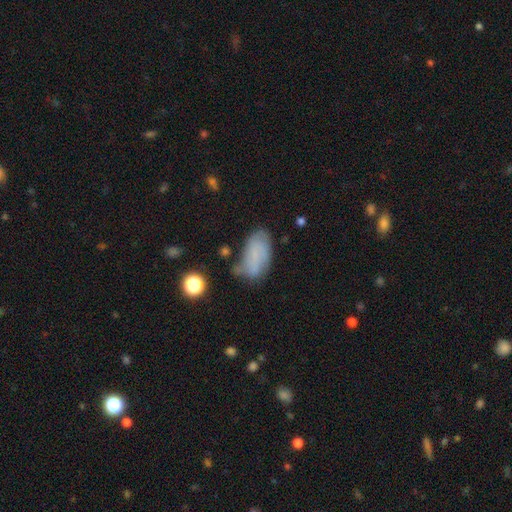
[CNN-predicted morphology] Q: Smooth or featured?
A: smooth (63%); runner-up: featured or disk (26%)
Q: How rounded?
A: in between (92%); runner-up: round (4%)
Q: Merging?
A: none (47%); runner-up: minor disturbance (31%)